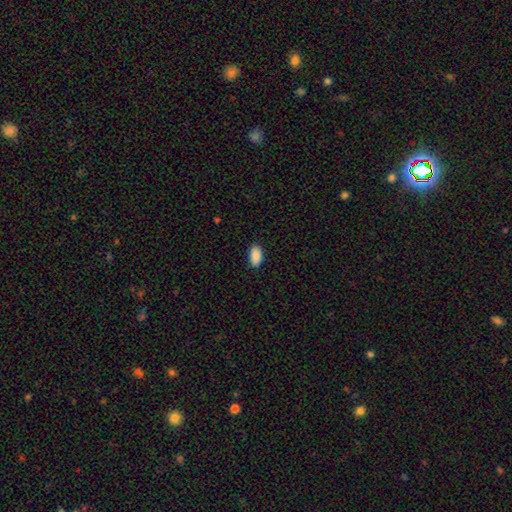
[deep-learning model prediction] smooth-or-featured: smooth: 90% | star or artifact: 7% | featured or disk: 3%
  how-rounded: in between: 94% | round: 3% | cigar-shaped: 2%
  merging: none: 88% | minor disturbance: 9% | major disturbance: 2% | merger: 1%